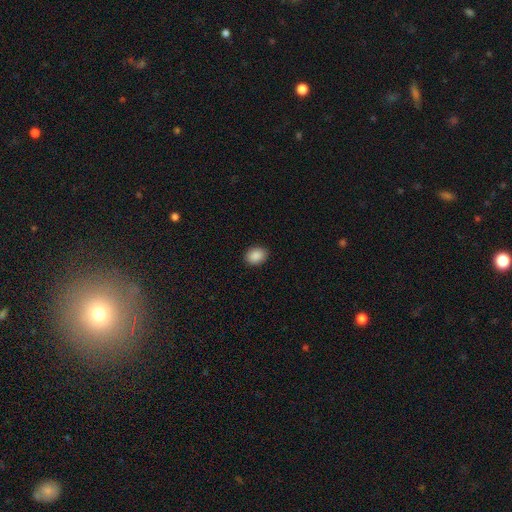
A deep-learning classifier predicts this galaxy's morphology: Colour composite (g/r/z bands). It shows a smooth galaxy with no disk features (89%) that is in between round and cigar-shaped (65%). Merging: none (90%).